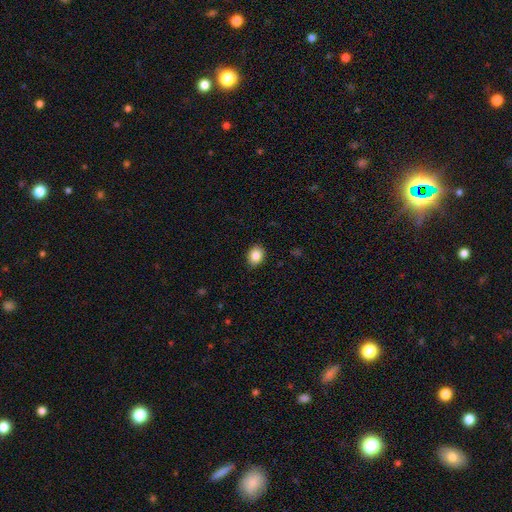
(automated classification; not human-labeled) Smooth or featured? Predicted: smooth (p=0.85). How rounded? Predicted: in between (p=0.51). Merging? Predicted: none (p=0.87).